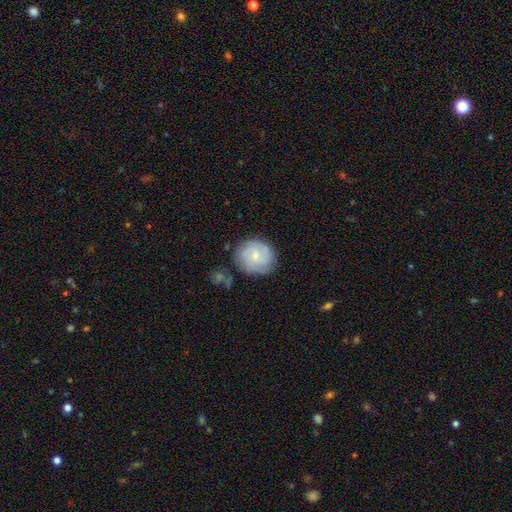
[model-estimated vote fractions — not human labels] A featured or disk galaxy (52%) with no bar (65%), spiral arms (87%) and a small central bulge (61%). Merging: none (77%).